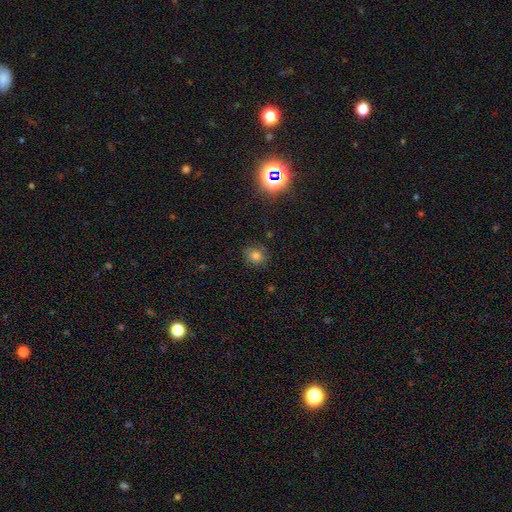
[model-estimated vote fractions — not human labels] A smooth galaxy with no disk features (72%) that is round (72%).

Vote fractions:
- Smooth or featured? smooth: 72% / star or artifact: 19% / featured or disk: 10%
- How rounded? round: 72% / in between: 27% / cigar-shaped: 1%
- Merging? none: 80% / minor disturbance: 15% / major disturbance: 4% / merger: 2%